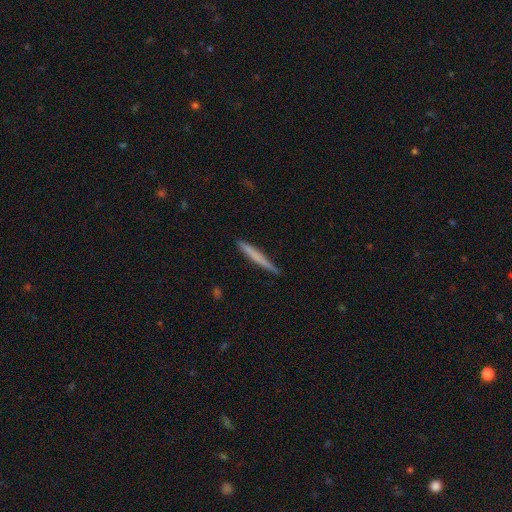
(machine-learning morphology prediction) smooth_or_featured: smooth (p=0.63) [alt: featured or disk p=0.32]
how_rounded: cigar-shaped (p=0.96) [alt: in between p=0.02]
merging: none (p=0.85) [alt: minor disturbance p=0.11]